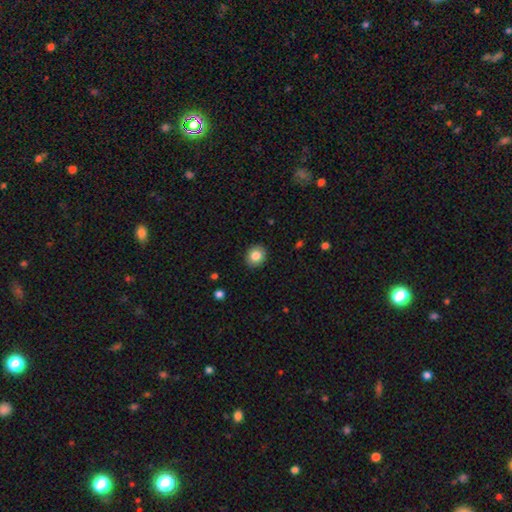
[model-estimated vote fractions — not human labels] Smooth or featured? Predicted: smooth (p=0.83). How rounded? Predicted: round (p=0.72). Merging? Predicted: none (p=0.90).